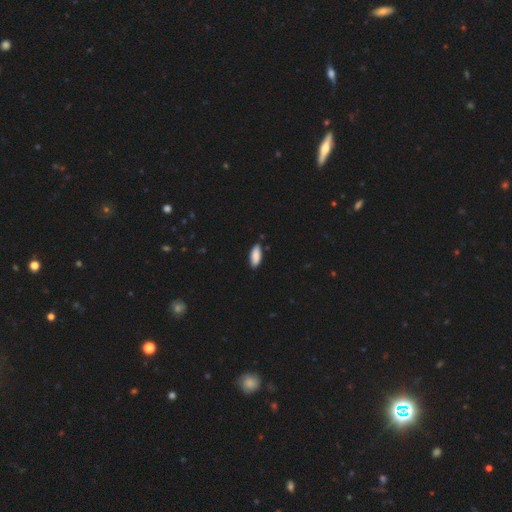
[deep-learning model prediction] Q: Smooth or featured?
A: smooth (89%); runner-up: star or artifact (6%)
Q: How rounded?
A: in between (80%); runner-up: cigar-shaped (19%)
Q: Merging?
A: none (85%); runner-up: minor disturbance (12%)